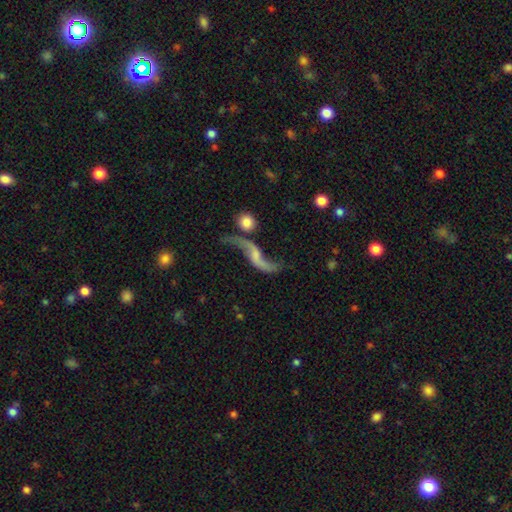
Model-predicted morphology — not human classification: This is clearly a featured or disk galaxy (84%). It is clearly not viewed edge-on (91%). Bar: possibly no (50%). Spiral arm pattern: clearly yes (92%). Spiral arm count: clearly 2 (92%). Spiral winding: clearly loose (95%). Central bulge: possibly small (46%). Merging: possibly none (53%).